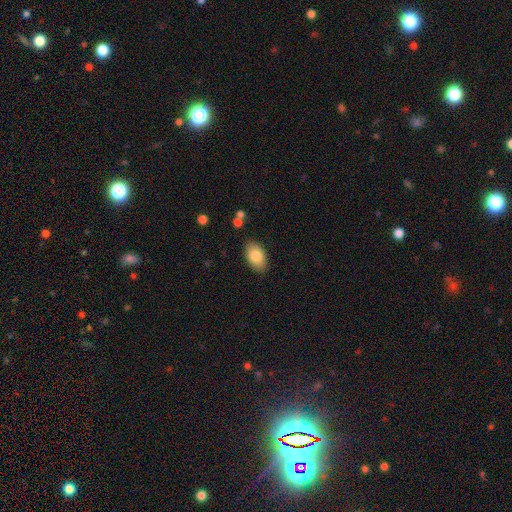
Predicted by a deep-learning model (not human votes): A smooth galaxy with no disk features (83%) that is in between round and cigar-shaped (93%).

Vote fractions:
- Smooth or featured? smooth: 83% / featured or disk: 11% / star or artifact: 7%
- How rounded? in between: 93% / round: 6% / cigar-shaped: 1%
- Merging? none: 86% / minor disturbance: 10% / major disturbance: 2% / merger: 2%